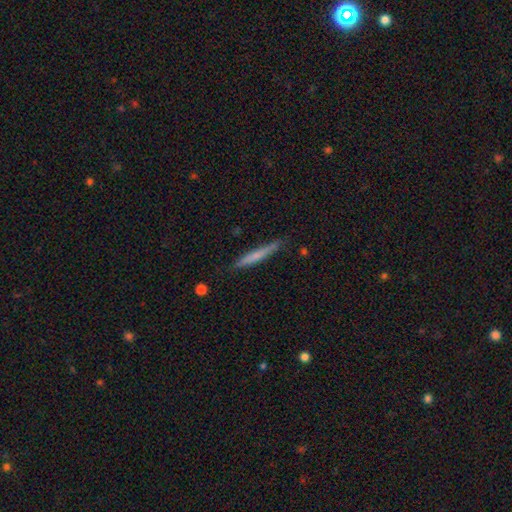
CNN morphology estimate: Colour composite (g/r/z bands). It shows a smooth galaxy with no disk features (61%) that is cigar-shaped (95%). Merging: none (83%).